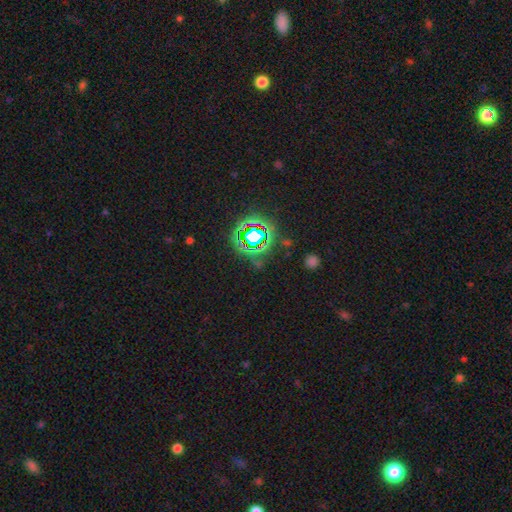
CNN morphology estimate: Overall: star or artifact (77%).